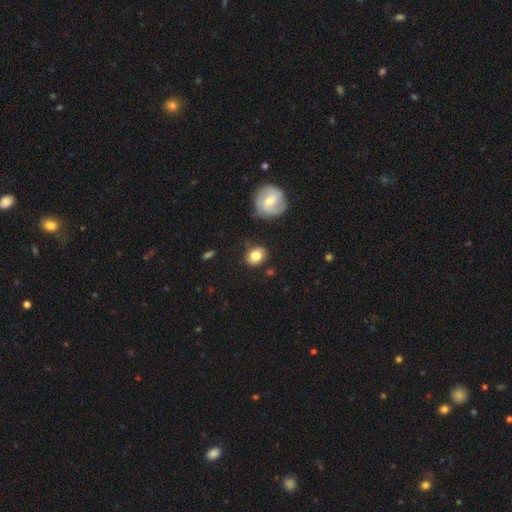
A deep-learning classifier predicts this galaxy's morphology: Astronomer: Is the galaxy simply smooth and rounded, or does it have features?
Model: smooth — 79%.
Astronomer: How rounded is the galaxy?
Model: round — 63%.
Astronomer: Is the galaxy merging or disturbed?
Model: none — 74%.